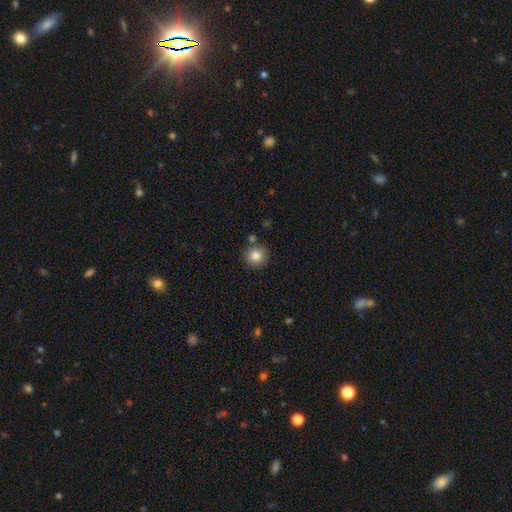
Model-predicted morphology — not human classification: Q: Smooth or featured?
A: smooth (83%); runner-up: star or artifact (10%)
Q: How rounded?
A: round (94%); runner-up: in between (5%)
Q: Merging?
A: none (82%); runner-up: minor disturbance (8%)